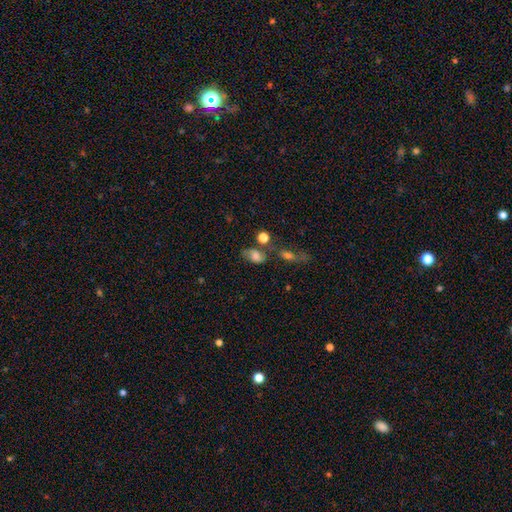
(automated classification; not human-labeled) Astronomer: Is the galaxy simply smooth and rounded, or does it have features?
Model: smooth — 66%.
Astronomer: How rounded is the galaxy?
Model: in between — 77%.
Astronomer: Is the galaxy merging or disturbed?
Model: none — 49%.